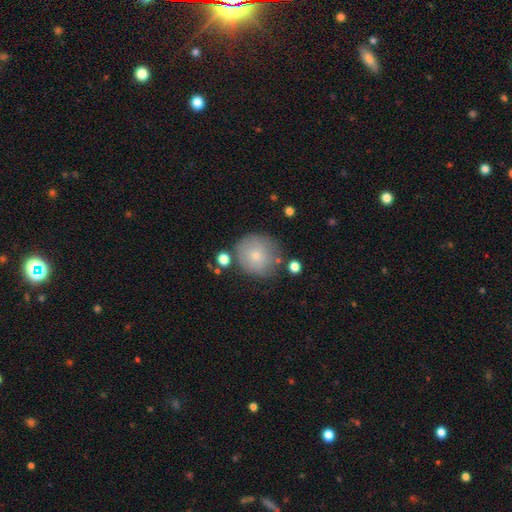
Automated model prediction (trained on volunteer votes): Smooth or featured? smooth (74%)
How rounded? round (92%)
Merging? none (73%)